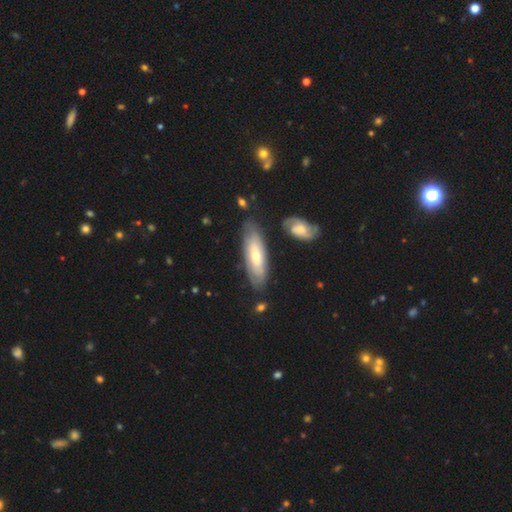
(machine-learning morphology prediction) The model was most divided on "smooth or featured": featured or disk: 49%, smooth: 45%, star or artifact: 6%. More confident: merging — none (76%).